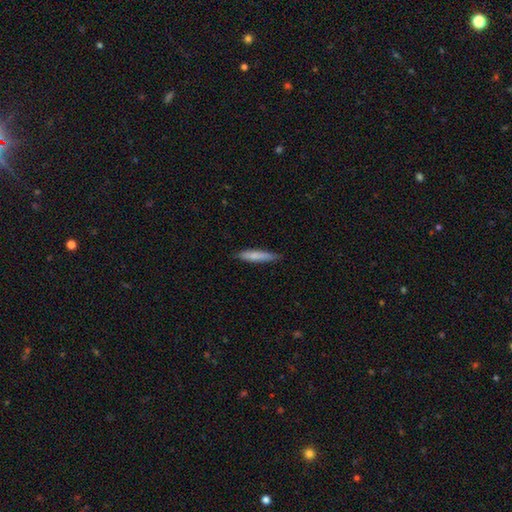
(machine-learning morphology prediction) This appears to be a smooth galaxy with no disk features (79%) that is cigar-shaped (88%). Merging: none (81%).